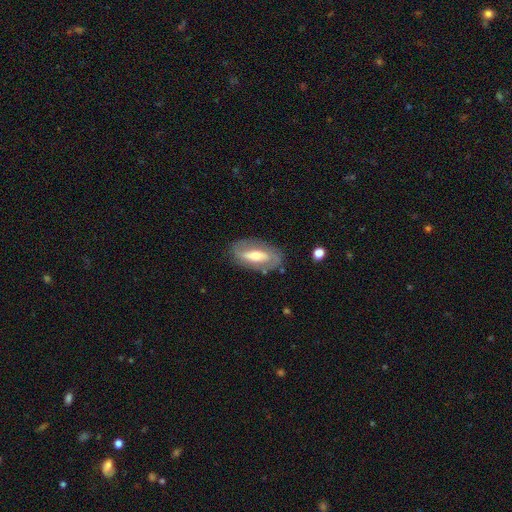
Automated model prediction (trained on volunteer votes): Q: Smooth or featured?
A: featured or disk (62%); runner-up: smooth (32%)
Q: Edge-on disk?
A: no (85%); runner-up: yes (15%)
Q: Bar?
A: strong (48%); runner-up: weak (29%)
Q: Spiral arms?
A: yes (59%); runner-up: no (41%)
Q: Bulge size?
A: moderate (61%); runner-up: small (25%)
Q: Merging?
A: none (78%); runner-up: minor disturbance (15%)